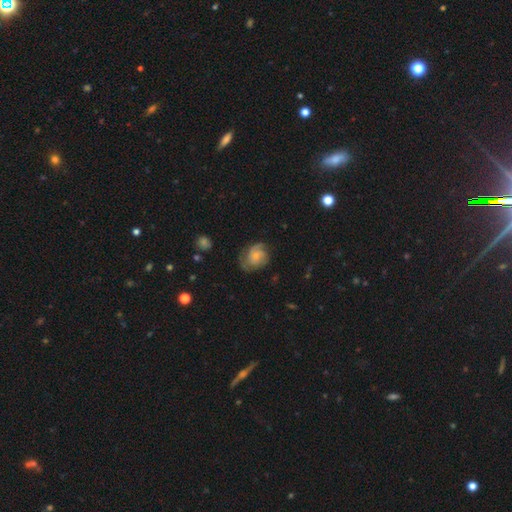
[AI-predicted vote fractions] Smooth or featured: featured or disk — 60% (smooth — 33%)
Edge-on disk: no — 97% (yes — 3%)
Bar: no — 76% (weak — 21%)
Spiral arms: yes — 88% (no — 12%)
Spiral winding: tight — 45% (medium — 39%)
Spiral arm count: 2 — 40% (can't tell — 28%)
Bulge size: small — 61% (moderate — 30%)
Merging: none — 58% (minor disturbance — 26%)